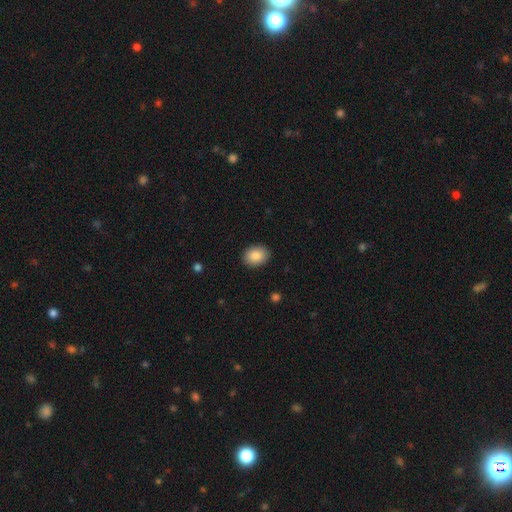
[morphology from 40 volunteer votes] Q: Smooth or featured?
A: smooth (88%); runner-up: featured or disk (8%)
Q: How rounded?
A: in between (77%); runner-up: round (23%)
Q: Merging?
A: none (92%); runner-up: minor disturbance (3%)